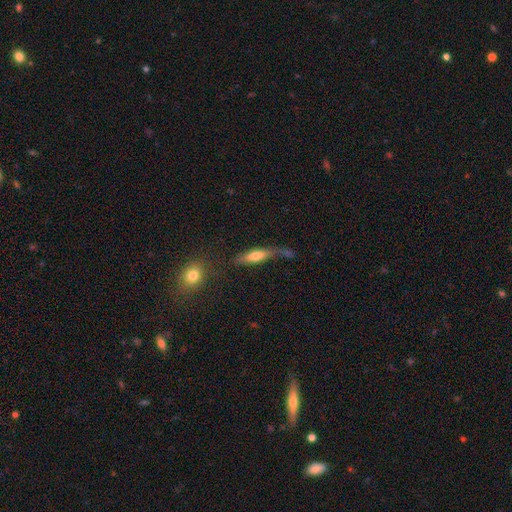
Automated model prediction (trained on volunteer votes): This appears to be a smooth galaxy with no disk features (59%) that is cigar-shaped (58%). Merging: none (45%).